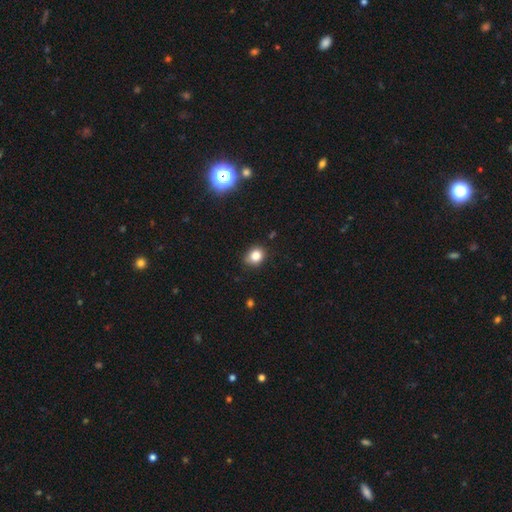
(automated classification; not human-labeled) smooth-or-featured: smooth: 84% | star or artifact: 11% | featured or disk: 5%
  how-rounded: round: 60% | in between: 39% | cigar-shaped: 1%
  merging: none: 76% | minor disturbance: 19% | major disturbance: 4% | merger: 2%